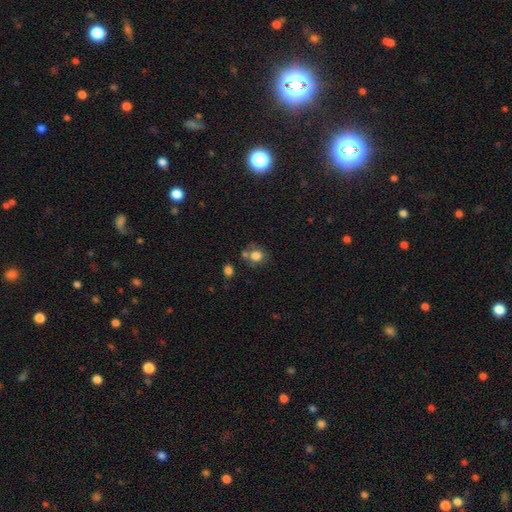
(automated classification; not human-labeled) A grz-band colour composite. It shows a smooth galaxy with no disk features (79%) that is round (75%). Merging: none (58%).